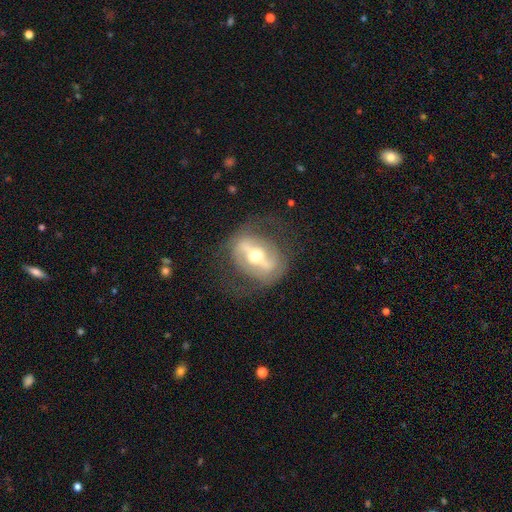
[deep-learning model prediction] This appears to be a featured or disk galaxy (76%) with a strong bar (67%), no spiral arms (55%) and a moderate central bulge (70%). Merging: none (68%).